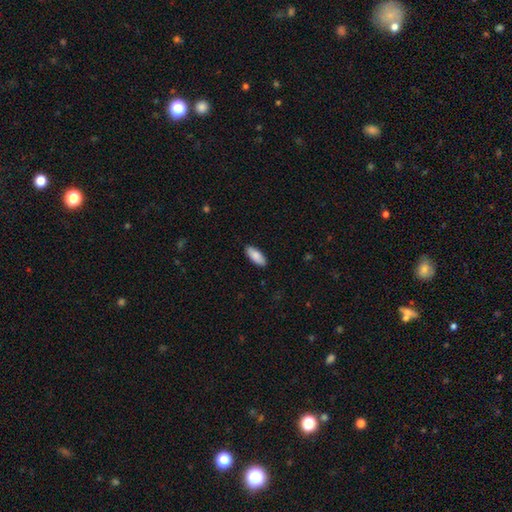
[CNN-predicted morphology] Q: Smooth or featured?
A: smooth (86%); runner-up: featured or disk (8%)
Q: How rounded?
A: in between (82%); runner-up: cigar-shaped (16%)
Q: Merging?
A: none (88%); runner-up: minor disturbance (9%)